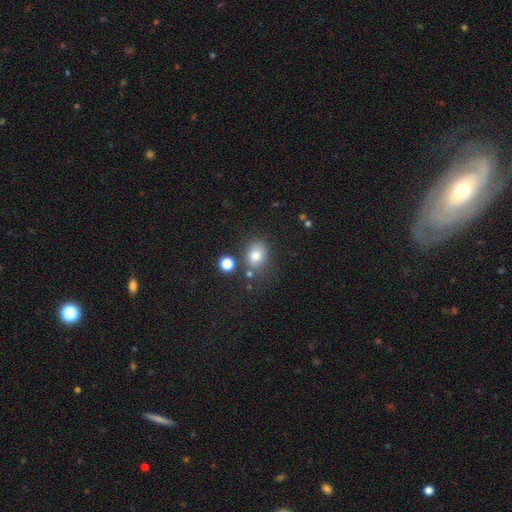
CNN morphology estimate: Smooth or featured? Predicted: smooth (p=0.79). How rounded? Predicted: in between (p=0.55). Merging? Predicted: none (p=0.68).